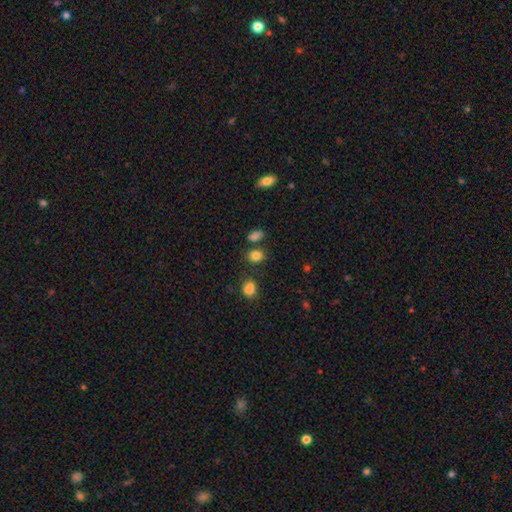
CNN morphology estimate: A smooth galaxy with no disk features (82%) that is in between round and cigar-shaped (56%).

Vote fractions:
- Smooth or featured? smooth: 82% / star or artifact: 13% / featured or disk: 6%
- How rounded? in between: 56% / round: 43% / cigar-shaped: 1%
- Merging? none: 70% / merger: 13% / minor disturbance: 13% / major disturbance: 4%